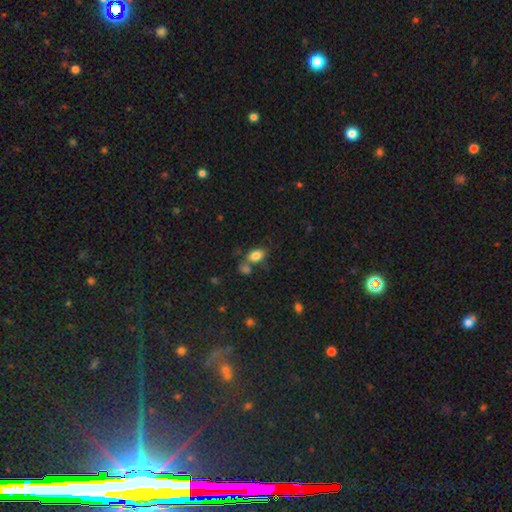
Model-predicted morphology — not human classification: This is clearly a smooth galaxy (82%). How rounded: clearly in between (83%). Merging: possibly none (56%).